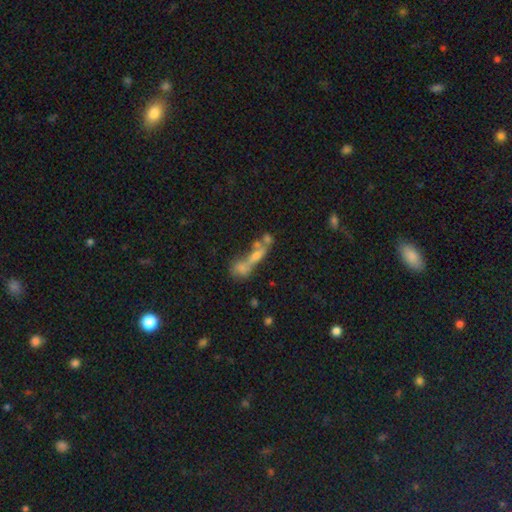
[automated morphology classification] Smooth or featured? featured or disk (42%)
Merging? merger (50%)